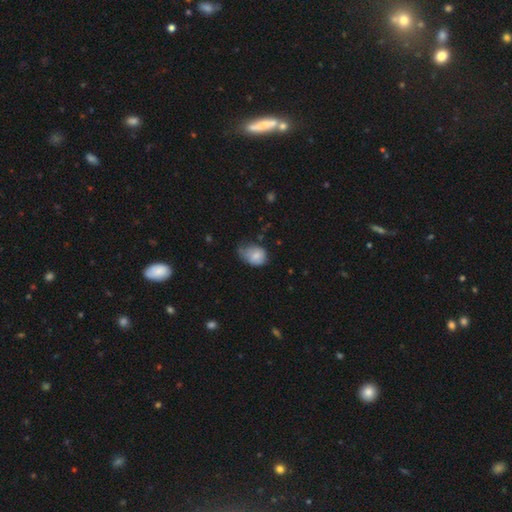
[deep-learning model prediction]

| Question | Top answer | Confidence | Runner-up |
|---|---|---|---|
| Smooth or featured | smooth | 79% | featured or disk (14%) |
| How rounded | in between | 58% | round (41%) |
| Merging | minor disturbance | 47% | none (32%) |